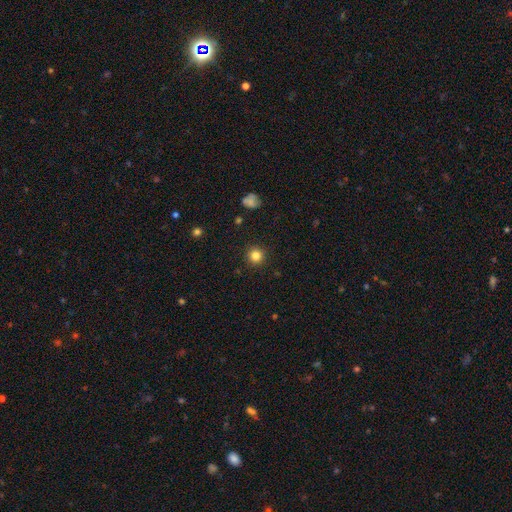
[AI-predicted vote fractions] This is clearly a smooth galaxy (83%). How rounded: clearly round (95%). Merging: clearly none (91%).